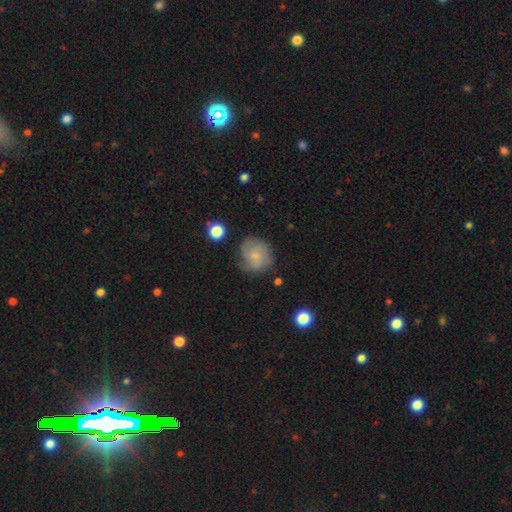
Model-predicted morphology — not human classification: Smooth or featured? Predicted: smooth (p=0.54). How rounded? Predicted: round (p=0.81). Merging? Predicted: none (p=0.64).